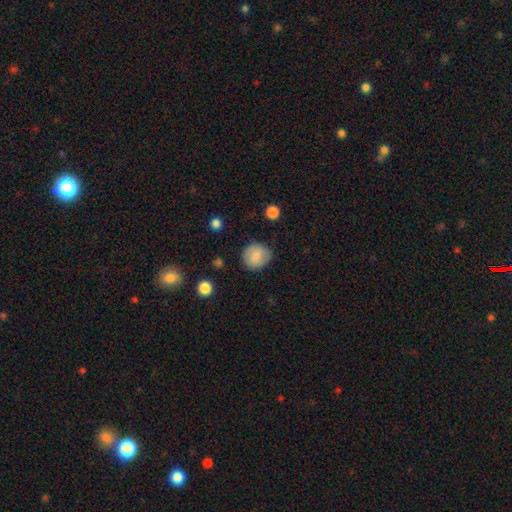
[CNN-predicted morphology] Smooth or featured? Predicted: smooth (p=0.83). How rounded? Predicted: round (p=0.81). Merging? Predicted: none (p=0.82).